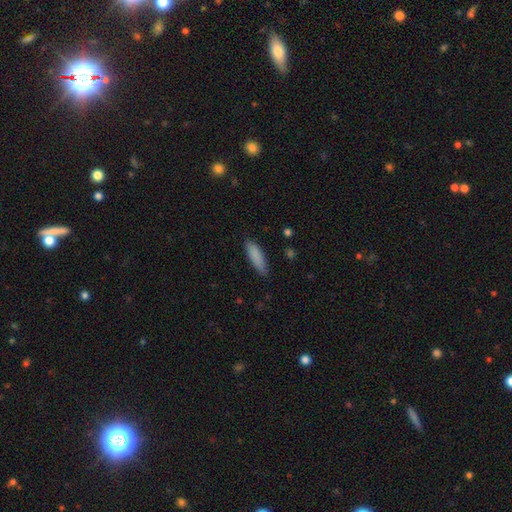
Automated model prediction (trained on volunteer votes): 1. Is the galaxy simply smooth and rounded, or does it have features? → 86% smooth, 7% featured or disk, 6% star or artifact.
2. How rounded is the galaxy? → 58% cigar-shaped, 40% in between, 1% round.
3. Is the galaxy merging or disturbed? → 83% none, 14% minor disturbance, 2% major disturbance, 1% merger.